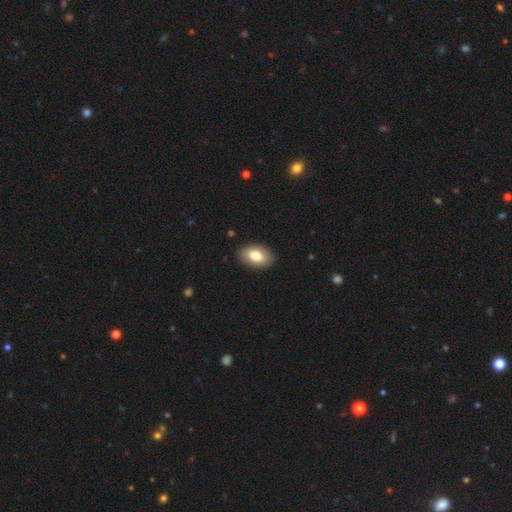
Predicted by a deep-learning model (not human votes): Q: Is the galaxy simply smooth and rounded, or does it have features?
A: smooth — 79%.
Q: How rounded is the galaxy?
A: in between — 91%.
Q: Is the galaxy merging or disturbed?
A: none — 88%.